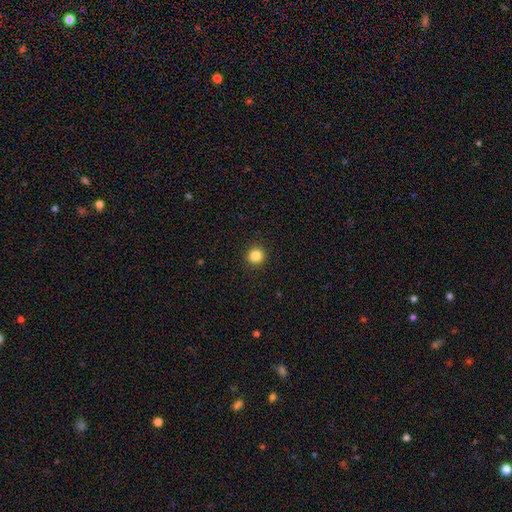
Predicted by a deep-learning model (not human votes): This appears to be a smooth galaxy with no disk features (85%) that is round (94%). Merging: none (93%).